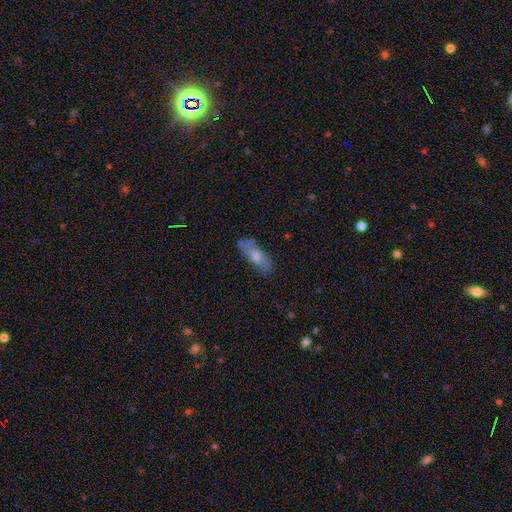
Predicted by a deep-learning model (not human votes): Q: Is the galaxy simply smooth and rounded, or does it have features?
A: smooth — 58%.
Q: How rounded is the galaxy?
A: in between — 69%.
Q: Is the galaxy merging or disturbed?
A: none — 66%.